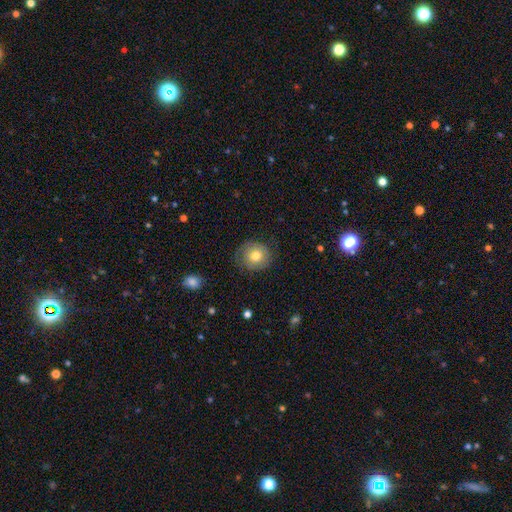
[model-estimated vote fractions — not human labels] Smooth or featured?
  - smooth: 67% *
  - featured or disk: 24%
  - star or artifact: 8%
How rounded?
  - round: 86% *
  - in between: 13%
  - cigar-shaped: 1%
Merging?
  - none: 76% *
  - minor disturbance: 17%
  - major disturbance: 7%
  - merger: 1%